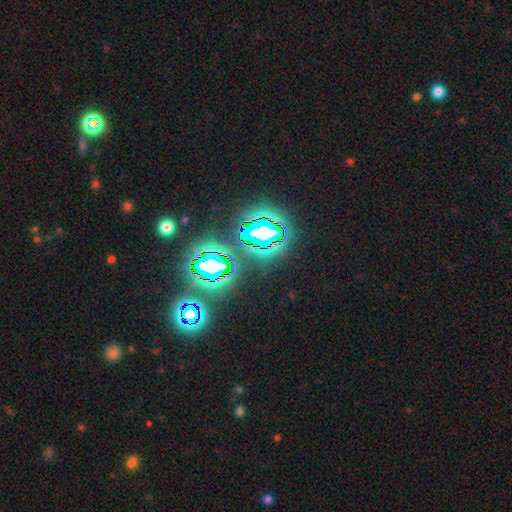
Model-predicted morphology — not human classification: This appears to be a star or artifact, not a galaxy (82%).